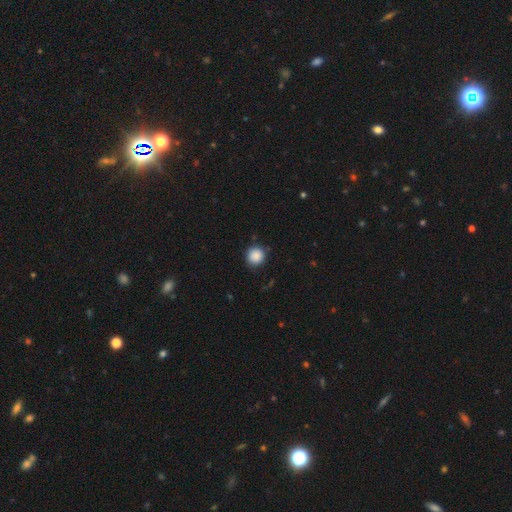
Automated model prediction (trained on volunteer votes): smooth-or-featured: smooth: 88% | star or artifact: 9% | featured or disk: 3%
  how-rounded: round: 92% | in between: 7% | cigar-shaped: 1%
  merging: none: 87% | minor disturbance: 10% | major disturbance: 2% | merger: 1%